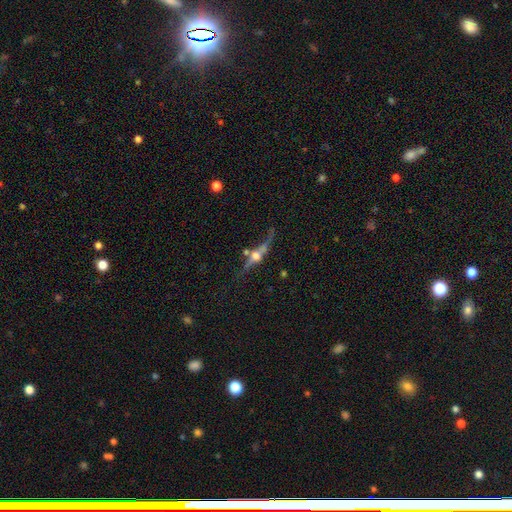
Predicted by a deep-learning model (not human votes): featured or disk 74%, smooth 15%, star or artifact 11%. Down the decision tree: edge-on disk — yes (86%); edge-on bulge — rounded (94%); merging — none (53%).